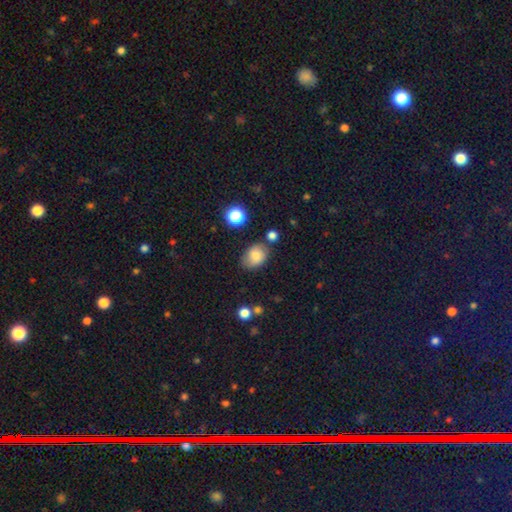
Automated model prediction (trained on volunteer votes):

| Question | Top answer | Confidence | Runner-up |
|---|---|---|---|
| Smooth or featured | smooth | 77% | featured or disk (12%) |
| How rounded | in between | 72% | round (26%) |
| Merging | none | 69% | minor disturbance (20%) |